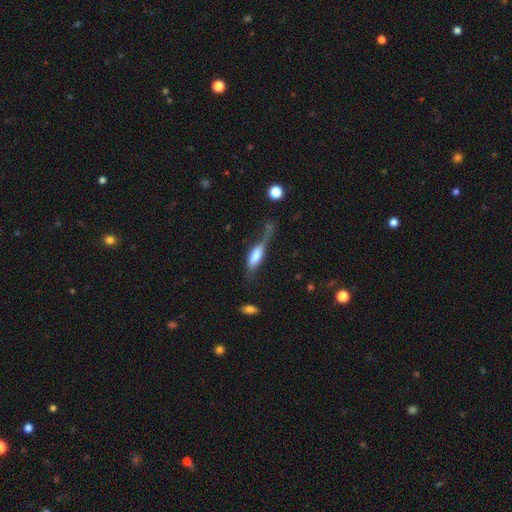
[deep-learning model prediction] smooth-or-featured: smooth: 62% | featured or disk: 30% | star or artifact: 8%
  how-rounded: in between: 60% | cigar-shaped: 37% | round: 3%
  merging: major disturbance: 41% | minor disturbance: 25% | none: 23% | merger: 11%